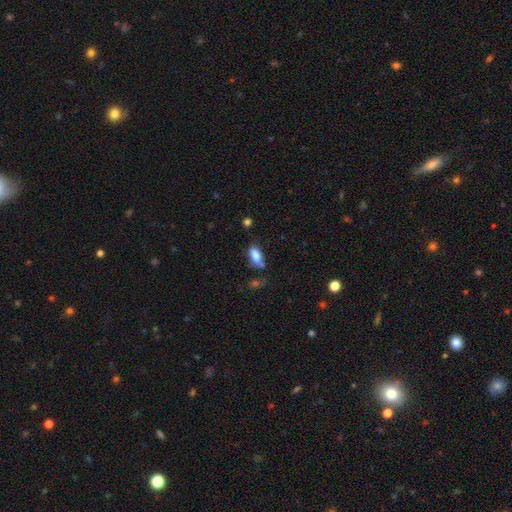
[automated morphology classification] The model was most divided on "merging": none: 61%, minor disturbance: 22%, merger: 11%, major disturbance: 7%. More confident: how rounded — in between (86%); smooth or featured — smooth (81%).